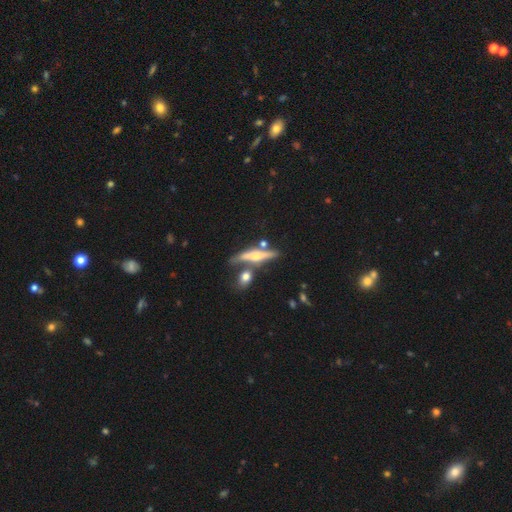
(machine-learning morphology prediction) Smooth or featured? featured or disk (68%)
Edge-on disk? yes (93%)
Edge-on bulge? rounded (89%)
Merging? none (64%)